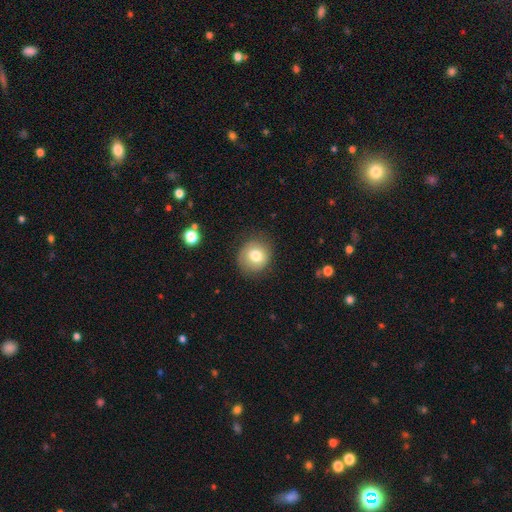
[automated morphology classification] Q: Smooth or featured?
A: smooth (76%); runner-up: featured or disk (15%)
Q: How rounded?
A: round (83%); runner-up: in between (16%)
Q: Merging?
A: none (80%); runner-up: minor disturbance (14%)